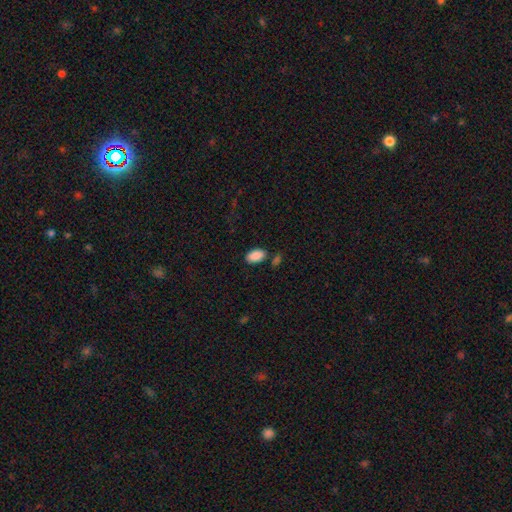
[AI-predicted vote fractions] Smooth or featured? smooth (89%)
How rounded? in between (94%)
Merging? none (77%)